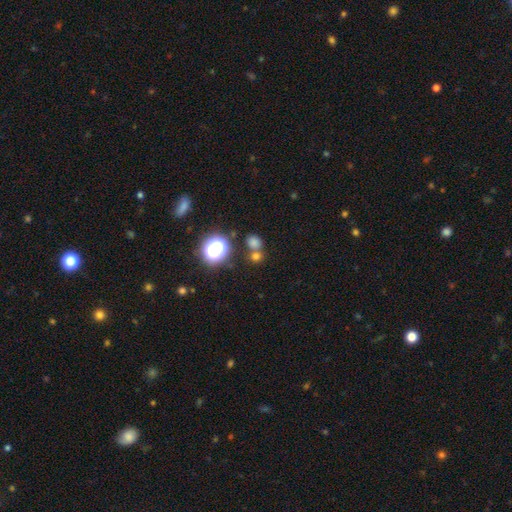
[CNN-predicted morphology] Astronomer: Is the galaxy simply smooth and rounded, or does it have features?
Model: smooth — 58% (runner-up: star or artifact, 35%).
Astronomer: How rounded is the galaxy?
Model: round — 79%.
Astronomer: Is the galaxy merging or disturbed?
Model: none — 61%.